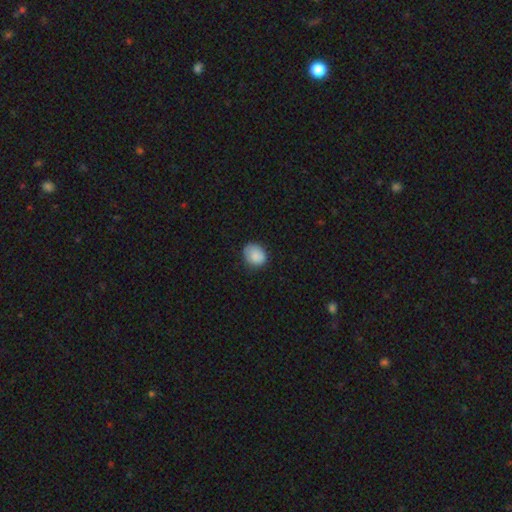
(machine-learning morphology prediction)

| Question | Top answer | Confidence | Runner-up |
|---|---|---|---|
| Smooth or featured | smooth | 85% | star or artifact (8%) |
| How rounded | round | 59% | in between (40%) |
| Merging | none | 74% | minor disturbance (21%) |